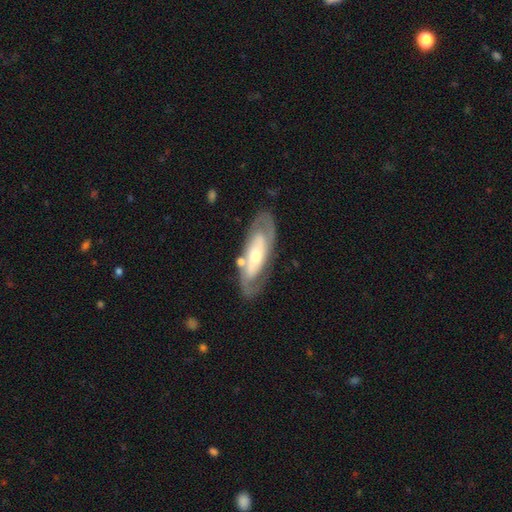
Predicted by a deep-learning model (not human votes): Morphology: type=featured or disk (75%); edge-on=no (86%); bar=no (60%); spiral arms=yes (76%); bulge=moderate (52%); merging=none (75%).